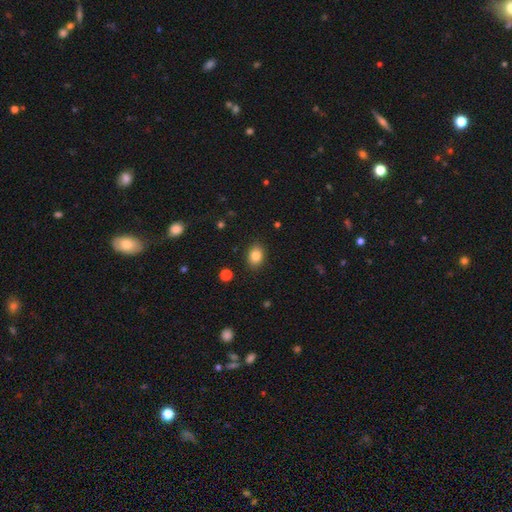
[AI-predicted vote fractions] A smooth galaxy with no disk features (84%) that is in between round and cigar-shaped (68%).

Vote fractions:
- Smooth or featured? smooth: 84% / star or artifact: 10% / featured or disk: 6%
- How rounded? in between: 68% / round: 31% / cigar-shaped: 1%
- Merging? none: 88% / minor disturbance: 8% / major disturbance: 2% / merger: 1%